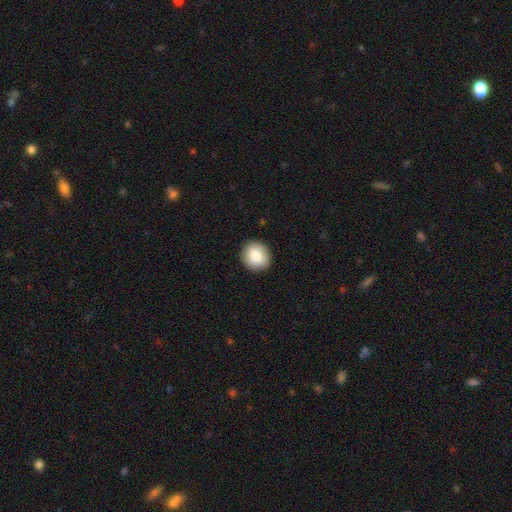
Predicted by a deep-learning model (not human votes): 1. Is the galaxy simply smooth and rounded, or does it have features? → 84% smooth, 8% featured or disk, 8% star or artifact.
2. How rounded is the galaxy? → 82% round, 17% in between, 1% cigar-shaped.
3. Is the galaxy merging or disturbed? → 90% none, 7% minor disturbance, 2% major disturbance, 1% merger.